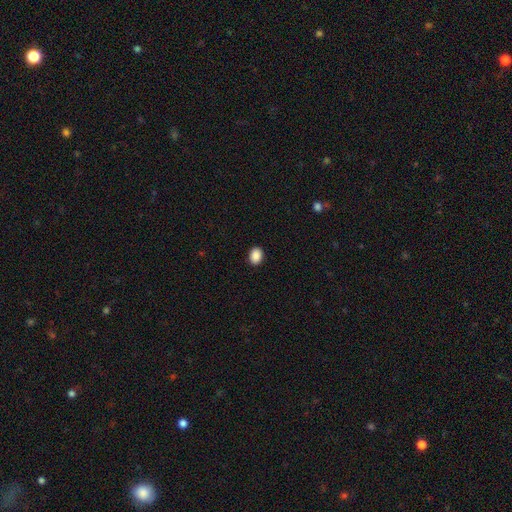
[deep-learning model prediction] smooth 89%, star or artifact 8%, featured or disk 3%. Down the decision tree: how rounded — in between (64%); merging — none (91%).